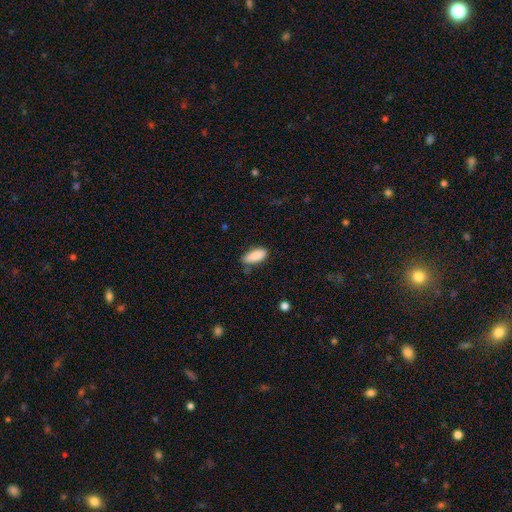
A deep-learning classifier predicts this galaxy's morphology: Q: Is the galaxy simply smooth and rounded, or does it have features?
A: smooth — 89%.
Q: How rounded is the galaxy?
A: in between — 84%.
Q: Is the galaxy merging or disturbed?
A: none — 69%.